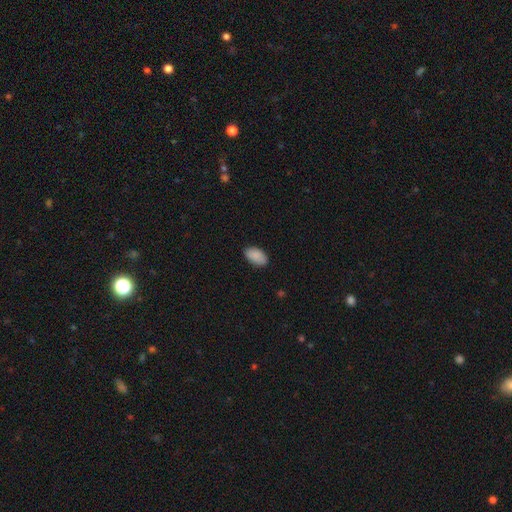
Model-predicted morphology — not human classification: Q: Smooth or featured?
A: smooth (90%); runner-up: star or artifact (7%)
Q: How rounded?
A: in between (94%); runner-up: round (4%)
Q: Merging?
A: none (85%); runner-up: minor disturbance (12%)